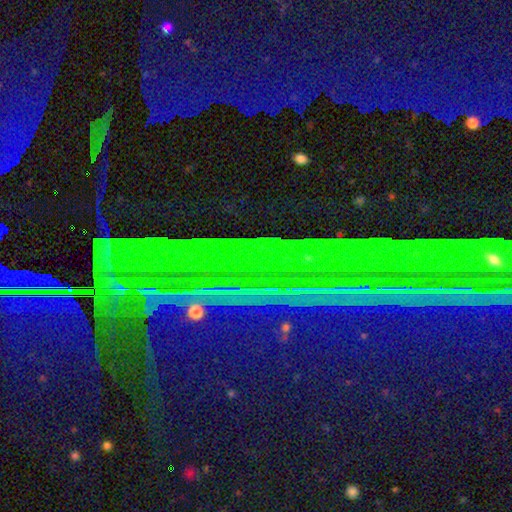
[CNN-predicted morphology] Smooth or featured?
  - star or artifact: 89% *
  - featured or disk: 6%
  - smooth: 5%